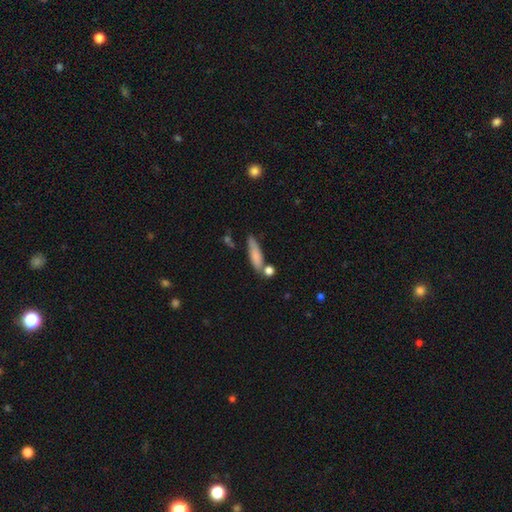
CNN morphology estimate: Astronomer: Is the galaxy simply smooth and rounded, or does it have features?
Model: smooth — 78%.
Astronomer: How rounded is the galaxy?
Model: cigar-shaped — 66%.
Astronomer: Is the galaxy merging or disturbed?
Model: none — 62%.